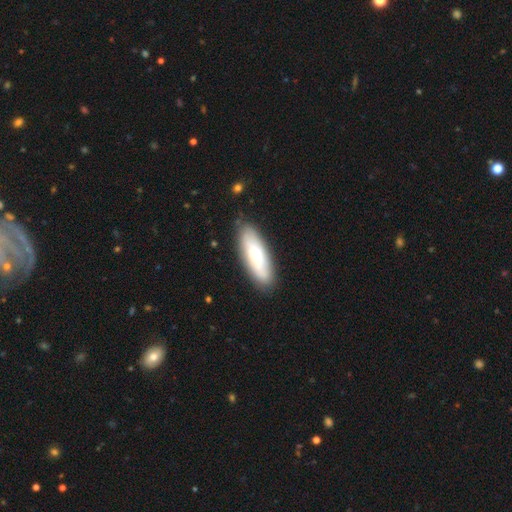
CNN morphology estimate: smooth_or_featured: smooth (p=0.64) [alt: featured or disk p=0.30]
how_rounded: in between (p=0.54) [alt: cigar-shaped p=0.44]
merging: none (p=0.85) [alt: minor disturbance p=0.11]